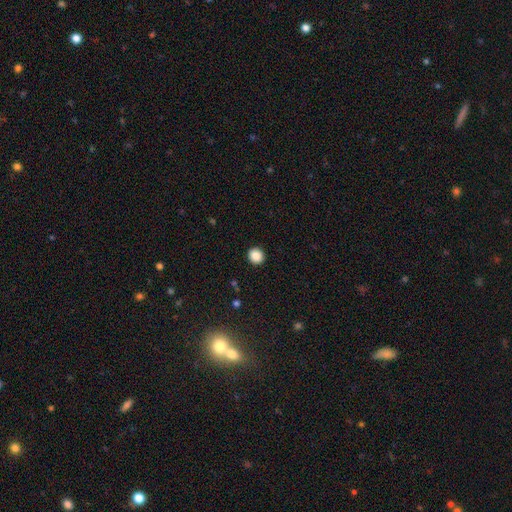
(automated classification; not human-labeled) Smooth or featured: smooth — 87% (star or artifact — 10%)
How rounded: round — 87% (in between — 12%)
Merging: none — 92% (minor disturbance — 5%)